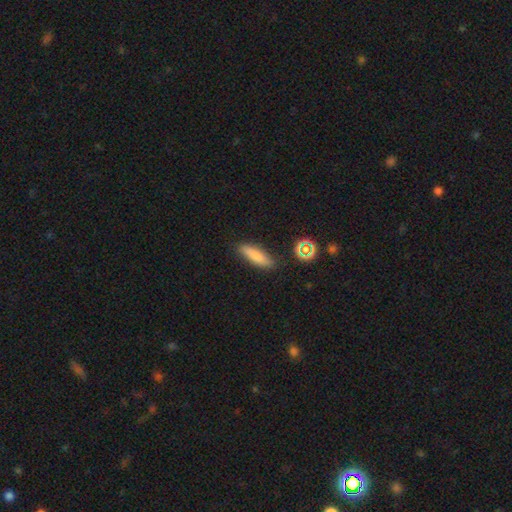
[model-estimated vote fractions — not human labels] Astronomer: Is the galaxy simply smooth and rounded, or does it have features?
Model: smooth — 79%.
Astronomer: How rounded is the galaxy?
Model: cigar-shaped — 64%.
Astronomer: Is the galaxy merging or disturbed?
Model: none — 84%.